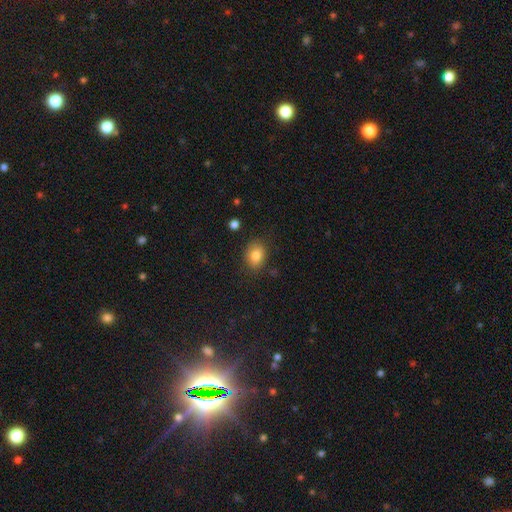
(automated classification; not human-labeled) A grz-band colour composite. It shows a smooth galaxy with no disk features (81%) that is in between round and cigar-shaped (61%). Merging: none (81%).